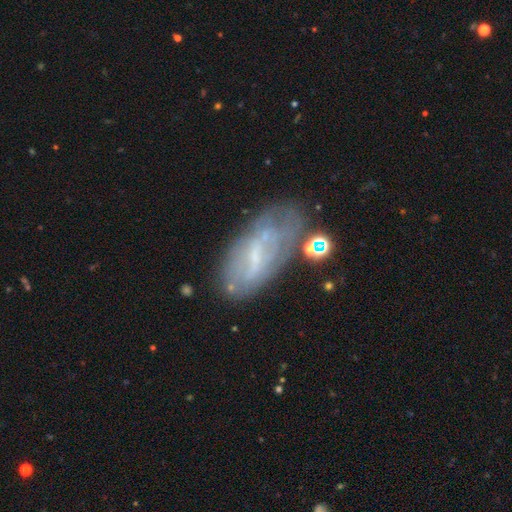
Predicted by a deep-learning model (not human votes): Q: Smooth or featured?
A: featured or disk (61%); runner-up: smooth (29%)
Q: Edge-on disk?
A: no (90%); runner-up: yes (10%)
Q: Bar?
A: weak (44%); runner-up: no (29%)
Q: Spiral arms?
A: no (57%); runner-up: yes (43%)
Q: Bulge size?
A: small (53%); runner-up: none (29%)
Q: Merging?
A: none (53%); runner-up: minor disturbance (25%)